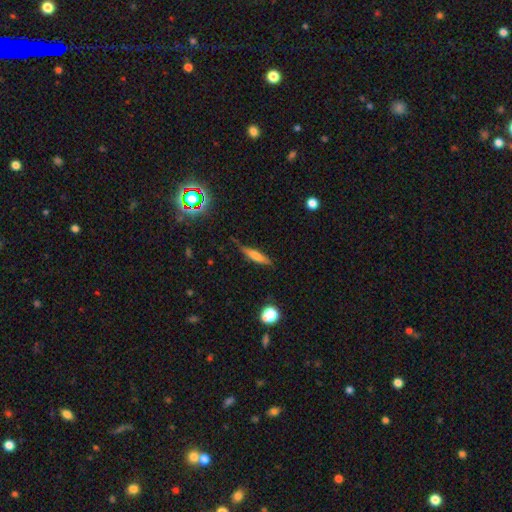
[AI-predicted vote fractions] Q: Smooth or featured?
A: smooth (57%); runner-up: featured or disk (34%)
Q: How rounded?
A: cigar-shaped (82%); runner-up: in between (16%)
Q: Merging?
A: none (73%); runner-up: minor disturbance (20%)